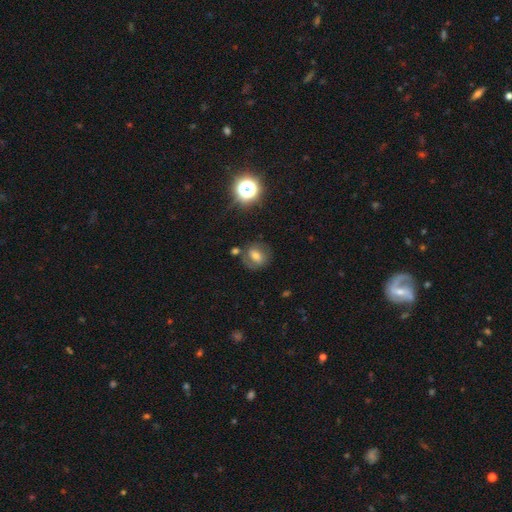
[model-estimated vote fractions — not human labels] Morphology: type=smooth (50%); roundness=round (57%); merging=none (68%).